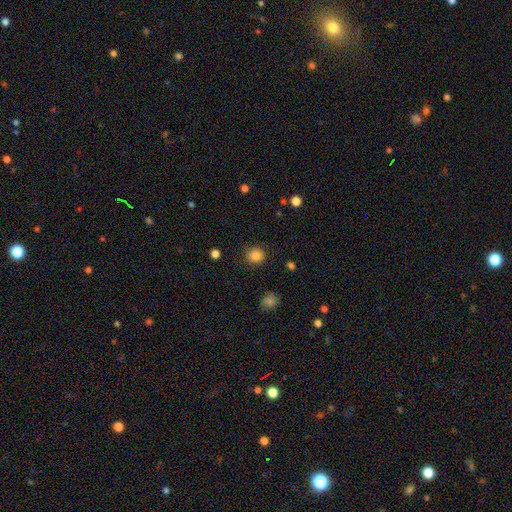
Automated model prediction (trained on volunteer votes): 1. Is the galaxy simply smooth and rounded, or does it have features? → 85% smooth, 11% star or artifact, 5% featured or disk.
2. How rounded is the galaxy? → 85% round, 14% in between, 1% cigar-shaped.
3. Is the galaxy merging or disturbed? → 86% none, 10% minor disturbance, 3% major disturbance, 1% merger.